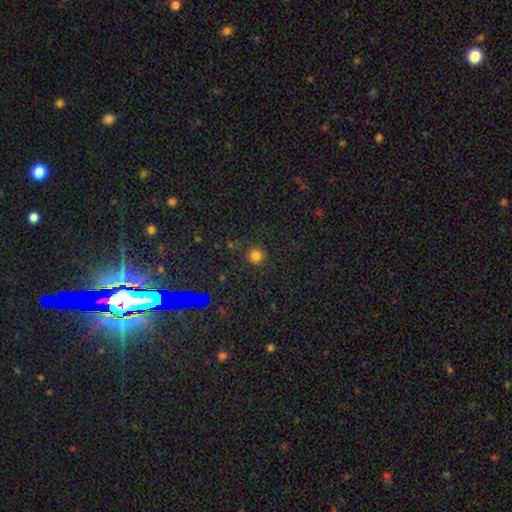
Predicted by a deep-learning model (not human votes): Smooth or featured: smooth — 77% (star or artifact — 18%)
How rounded: round — 93% (in between — 6%)
Merging: none — 87% (minor disturbance — 8%)